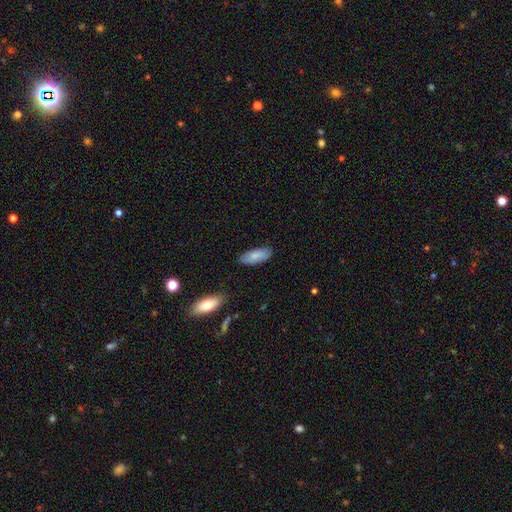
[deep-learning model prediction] This appears to be a smooth galaxy with no disk features (80%) that is in between round and cigar-shaped (80%). Merging: none (83%).